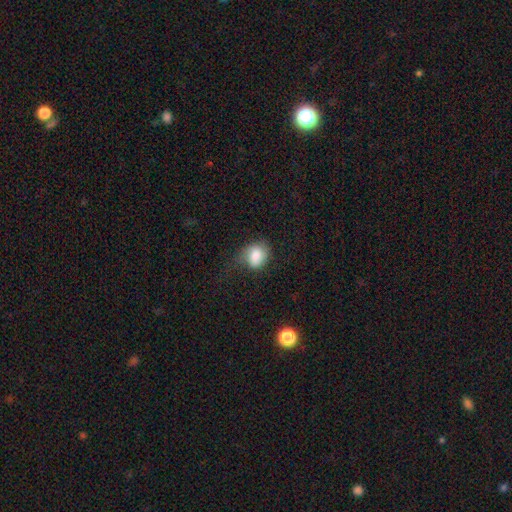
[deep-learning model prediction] The model was most divided on "how rounded": in between: 50%, round: 49%, cigar-shaped: 1%. Remaining: smooth or featured — smooth (80%); merging — none (44%).